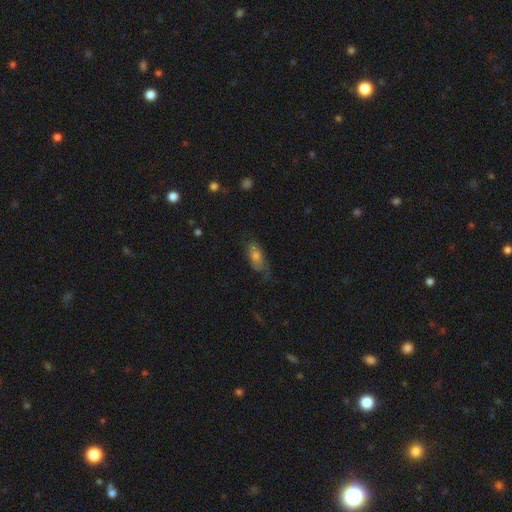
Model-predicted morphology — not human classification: This is possibly a smooth galaxy (59%). How rounded: likely in between (74%). Merging: possibly none (56%).